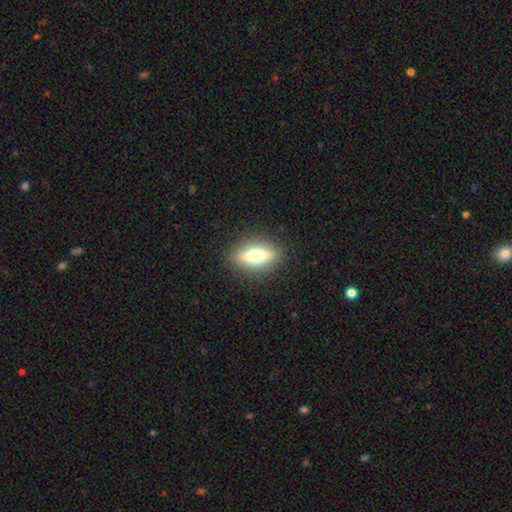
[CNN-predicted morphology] smooth_or_featured: smooth (p=0.47) [alt: featured or disk p=0.44]
merging: none (p=0.88) [alt: minor disturbance p=0.08]